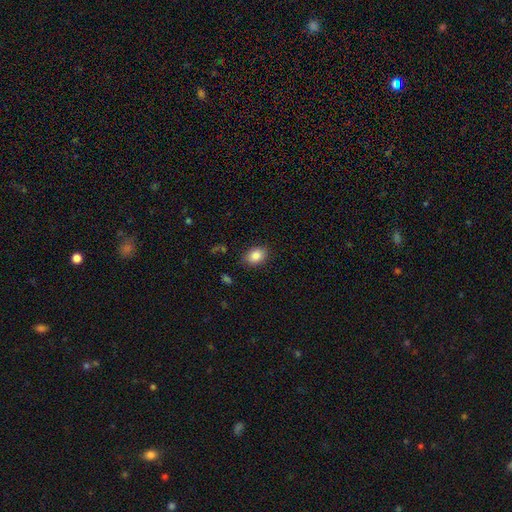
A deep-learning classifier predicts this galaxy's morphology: This is clearly a smooth galaxy (86%). How rounded: likely in between (76%). Merging: clearly none (86%).